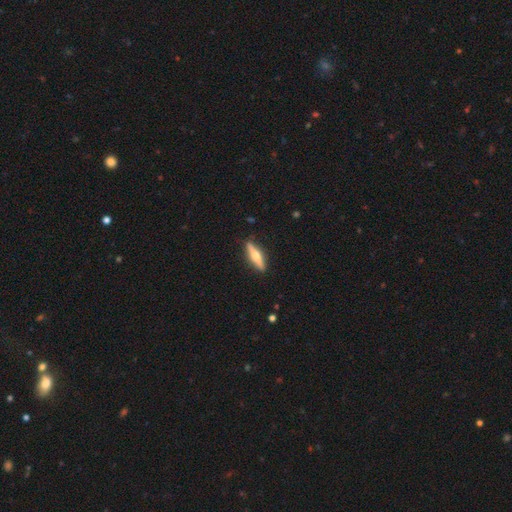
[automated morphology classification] This is possibly a featured or disk galaxy (58%). It is clearly viewed edge-on (95%). Edge-on bulge: clearly rounded (93%). Merging: clearly none (90%).